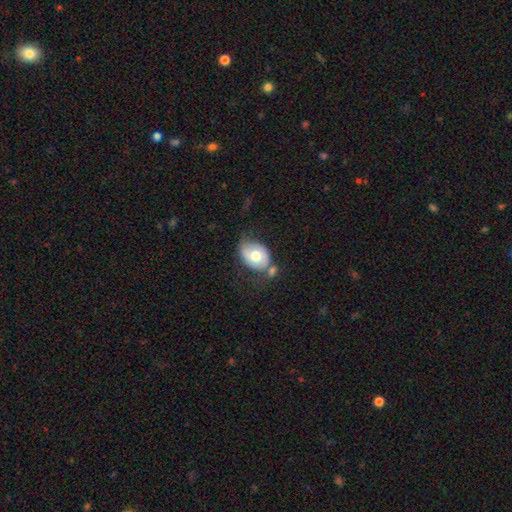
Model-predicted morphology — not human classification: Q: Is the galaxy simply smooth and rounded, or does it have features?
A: smooth — 62%.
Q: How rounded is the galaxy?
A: in between — 71%.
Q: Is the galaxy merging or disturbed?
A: none — 47%.